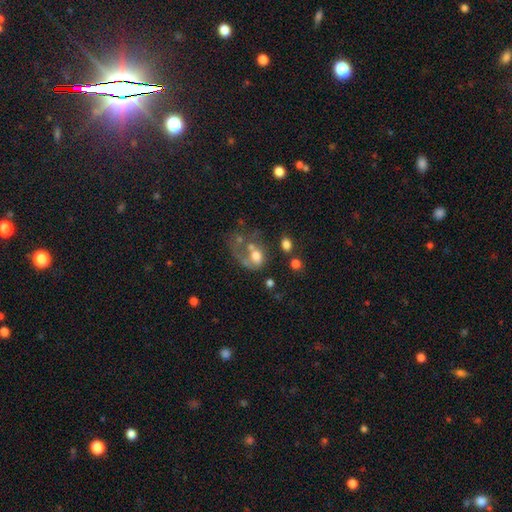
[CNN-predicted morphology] This is possibly a smooth galaxy (49%). Merging: marginally major disturbance (38%).